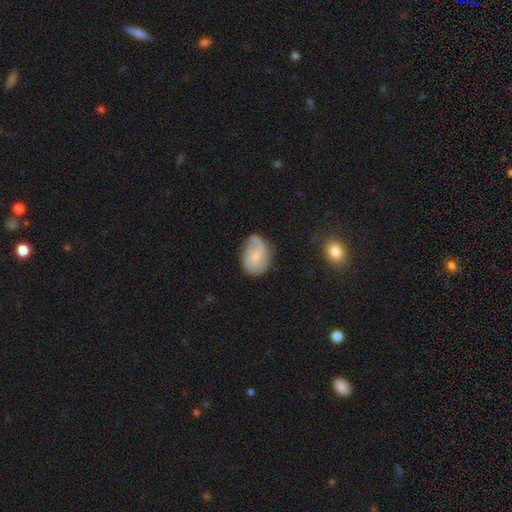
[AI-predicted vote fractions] A featured or disk galaxy (58%) with no bar (63%), 2 (47%) loose (40%, tied with medium) spiral arms (88%) and a small central bulge (63%). Merging: none (56%).